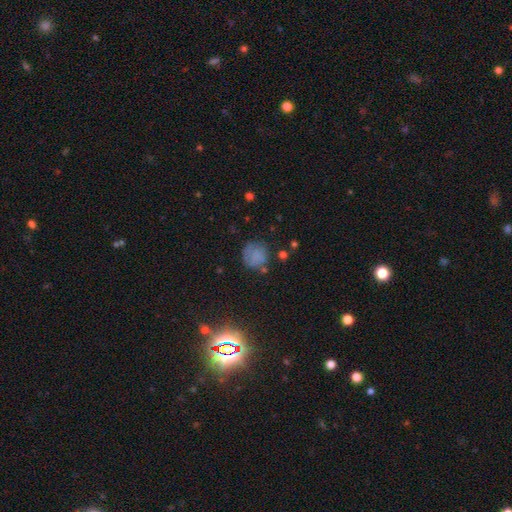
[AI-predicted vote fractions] smooth-or-featured: smooth: 73% | featured or disk: 14% | star or artifact: 13%
  how-rounded: round: 87% | in between: 12% | cigar-shaped: 1%
  merging: none: 65% | minor disturbance: 21% | major disturbance: 10% | merger: 4%